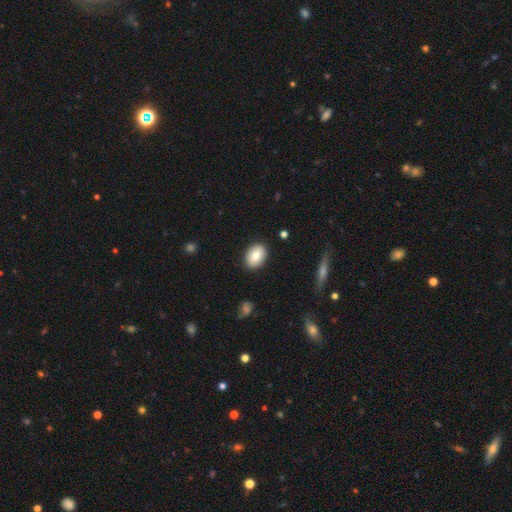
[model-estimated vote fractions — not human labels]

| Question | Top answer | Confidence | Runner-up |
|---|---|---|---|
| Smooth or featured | smooth | 79% | featured or disk (14%) |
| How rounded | in between | 78% | round (20%) |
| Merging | none | 88% | minor disturbance (9%) |